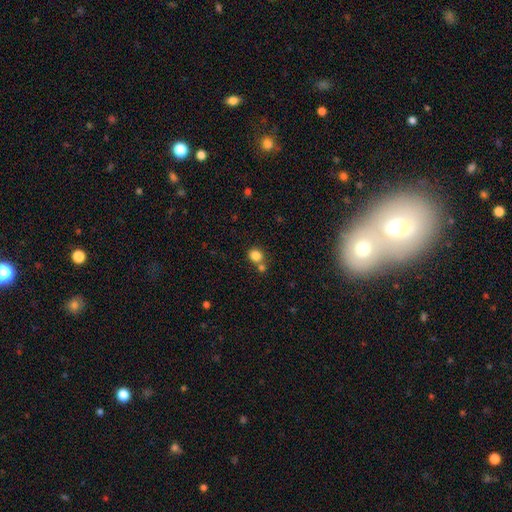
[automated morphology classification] Smooth or featured?
  - smooth: 83% *
  - star or artifact: 11%
  - featured or disk: 6%
How rounded?
  - round: 83% *
  - in between: 16%
  - cigar-shaped: 1%
Merging?
  - none: 59% *
  - merger: 30%
  - minor disturbance: 8%
  - major disturbance: 3%